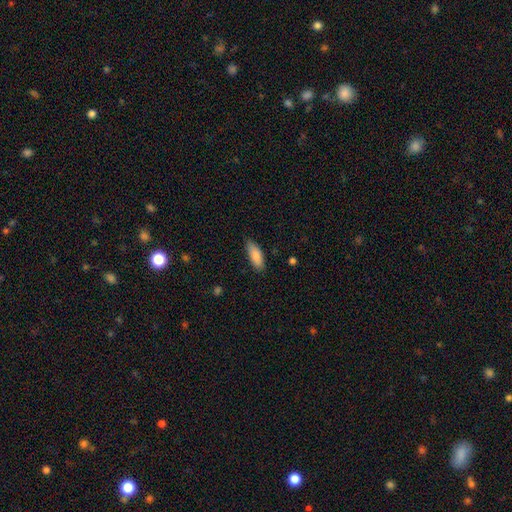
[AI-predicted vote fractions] The model was most divided on "how rounded": in between: 70%, cigar-shaped: 28%, round: 2%. More confident: smooth or featured — smooth (86%); merging — none (81%).